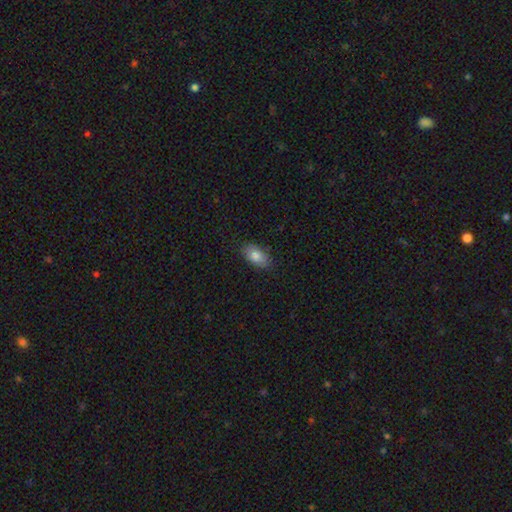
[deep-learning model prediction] This appears to be a smooth galaxy with no disk features (83%) that is in between round and cigar-shaped (91%). Merging: none (83%).